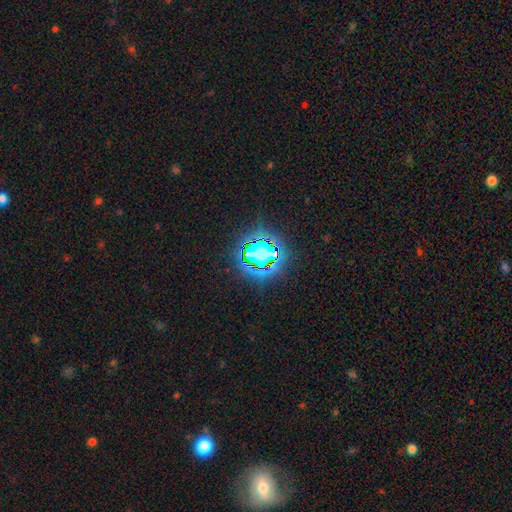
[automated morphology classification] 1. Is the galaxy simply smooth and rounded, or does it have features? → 69% star or artifact, 20% smooth, 11% featured or disk.